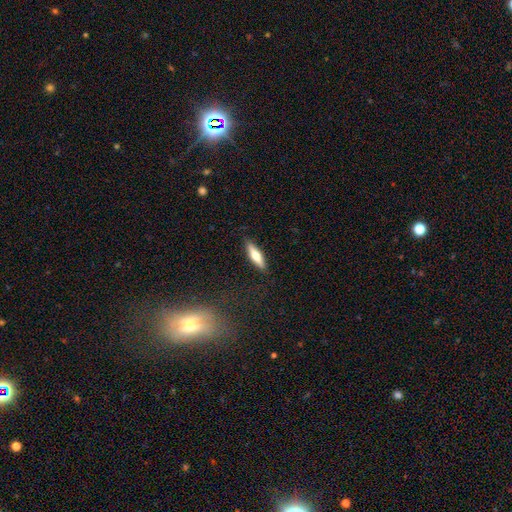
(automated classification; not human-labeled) A smooth galaxy with no disk features (62%) that is cigar-shaped (69%).

Vote fractions:
- Smooth or featured? smooth: 62% / featured or disk: 32% / star or artifact: 6%
- How rounded? cigar-shaped: 69% / in between: 29% / round: 2%
- Merging? none: 88% / minor disturbance: 8% / major disturbance: 2% / merger: 1%